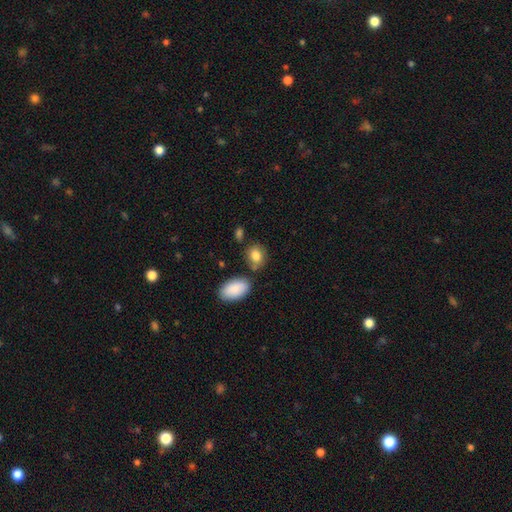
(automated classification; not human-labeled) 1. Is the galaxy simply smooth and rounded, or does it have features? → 84% smooth, 8% featured or disk, 8% star or artifact.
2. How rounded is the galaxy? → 59% in between, 39% round, 2% cigar-shaped.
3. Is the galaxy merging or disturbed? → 68% none, 17% minor disturbance, 11% merger, 4% major disturbance.